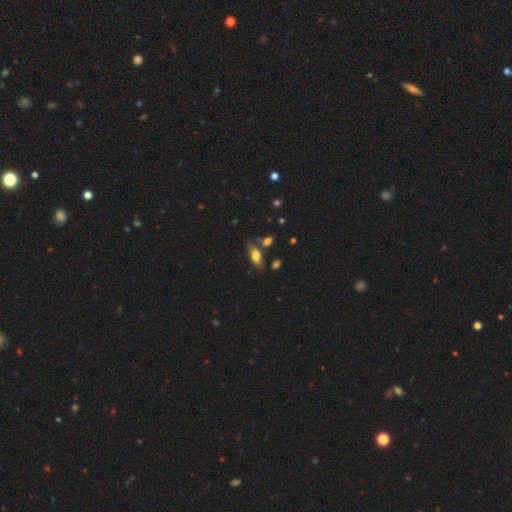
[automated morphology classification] Smooth or featured? smooth (71%)
How rounded? in between (82%)
Merging? none (68%)